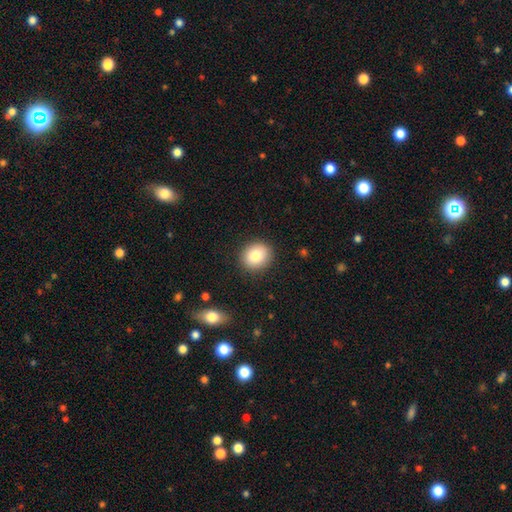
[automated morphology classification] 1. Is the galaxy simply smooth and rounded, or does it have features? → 82% smooth, 9% featured or disk, 9% star or artifact.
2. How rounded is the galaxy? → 76% round, 23% in between, 1% cigar-shaped.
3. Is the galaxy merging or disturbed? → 89% none, 7% minor disturbance, 2% major disturbance, 1% merger.